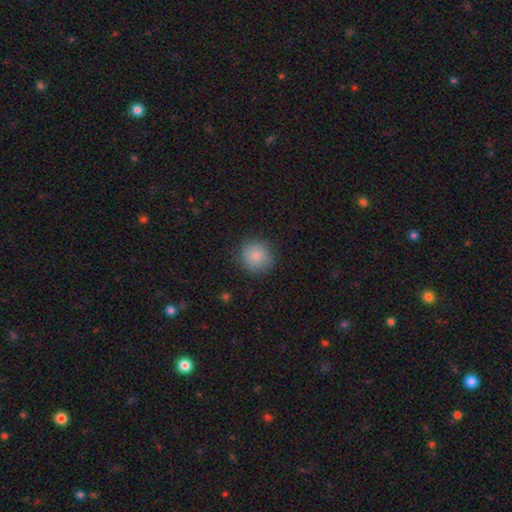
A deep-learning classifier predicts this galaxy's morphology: Smooth or featured: smooth — 84% (star or artifact — 9%)
How rounded: round — 92% (in between — 7%)
Merging: none — 86% (minor disturbance — 10%)